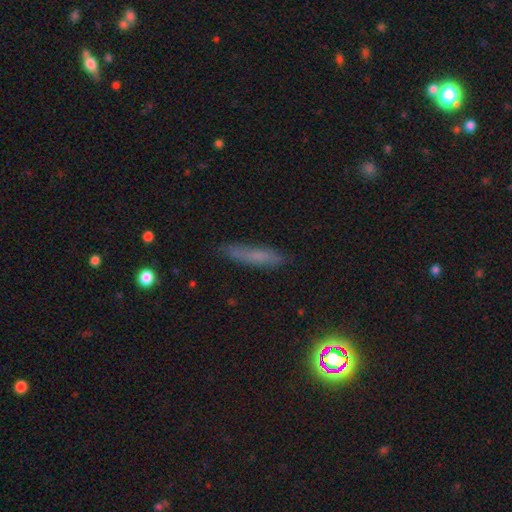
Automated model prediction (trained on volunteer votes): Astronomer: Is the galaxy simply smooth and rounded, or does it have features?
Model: smooth — 60%.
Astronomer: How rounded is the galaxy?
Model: cigar-shaped — 85%.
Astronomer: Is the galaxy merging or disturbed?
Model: none — 79%.